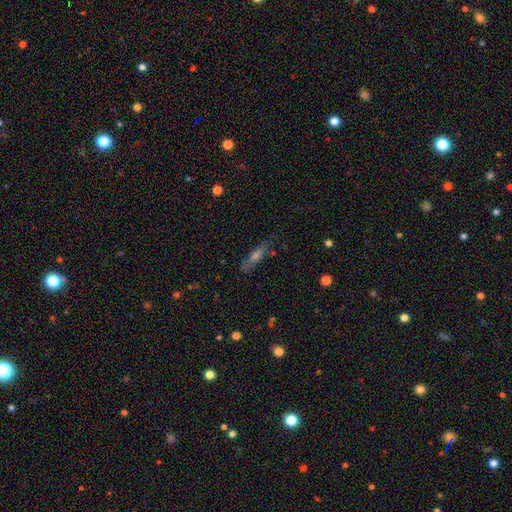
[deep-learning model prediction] Q: Smooth or featured?
A: smooth (44%); runner-up: featured or disk (43%)
Q: Merging?
A: none (77%); runner-up: minor disturbance (16%)